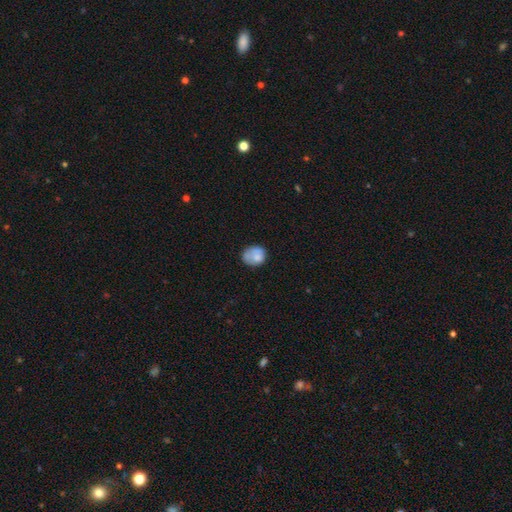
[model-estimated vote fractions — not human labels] Overall: smooth (73%). How rounded: round (57%; in between 42%). Merging: none (53%; minor disturbance 27%).